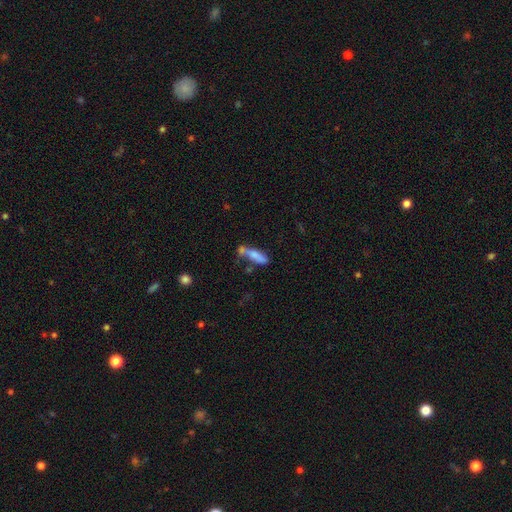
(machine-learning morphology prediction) The model was most divided on "merging": none: 37%, merger: 32%, minor disturbance: 20%, major disturbance: 11%. More confident: smooth or featured — smooth (70%); how rounded — cigar-shaped (62%).